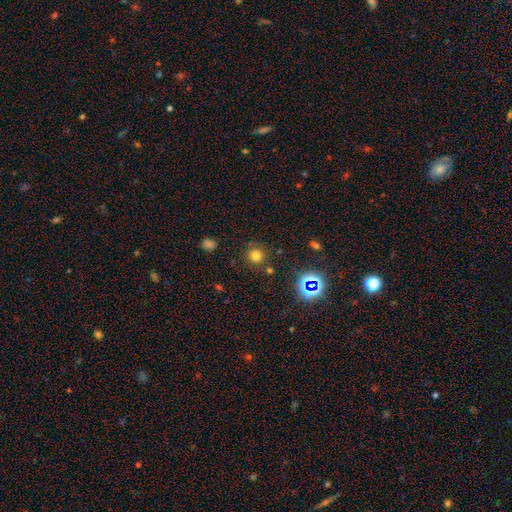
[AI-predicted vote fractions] This appears to be a smooth galaxy with no disk features (71%) that is round (94%). Merging: none (84%).